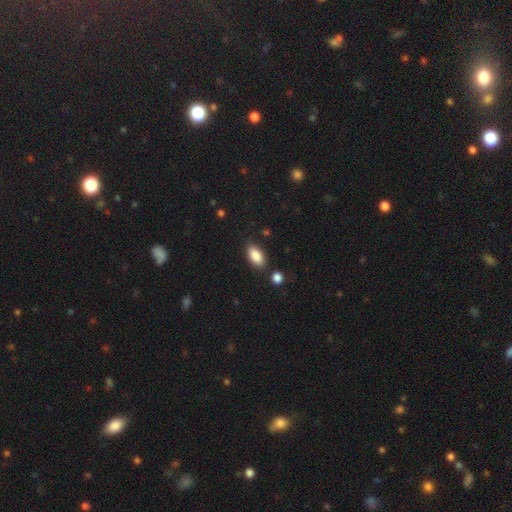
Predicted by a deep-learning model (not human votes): smooth_or_featured: smooth (p=0.88) [alt: star or artifact p=0.07]
how_rounded: in between (p=0.92) [alt: cigar-shaped p=0.04]
merging: none (p=0.82) [alt: minor disturbance p=0.11]